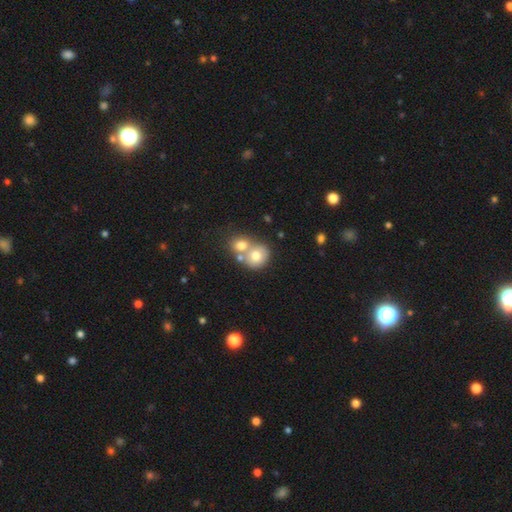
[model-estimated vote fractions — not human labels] Q: Smooth or featured?
A: smooth (70%); runner-up: featured or disk (20%)
Q: How rounded?
A: round (71%); runner-up: in between (29%)
Q: Merging?
A: merger (59%); runner-up: none (30%)